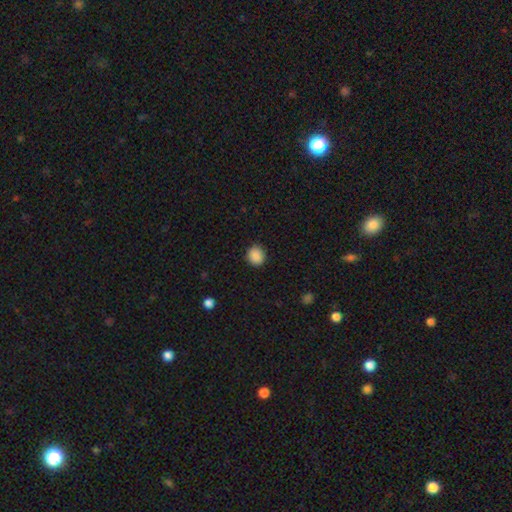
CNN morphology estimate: Smooth or featured? Predicted: smooth (p=0.88). How rounded? Predicted: round (p=0.81). Merging? Predicted: none (p=0.89).